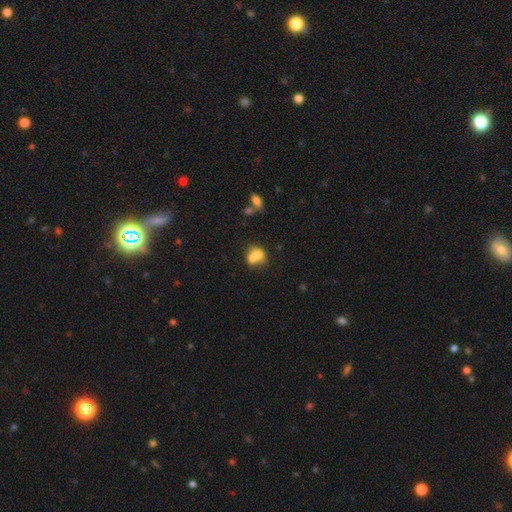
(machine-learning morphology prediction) Smooth or featured?
  - smooth: 71% *
  - featured or disk: 19%
  - star or artifact: 11%
How rounded?
  - round: 49% * (tied)
  - in between: 49% * (tied)
  - cigar-shaped: 2%
Merging?
  - merger: 59% *
  - none: 24%
  - minor disturbance: 10%
  - major disturbance: 6%